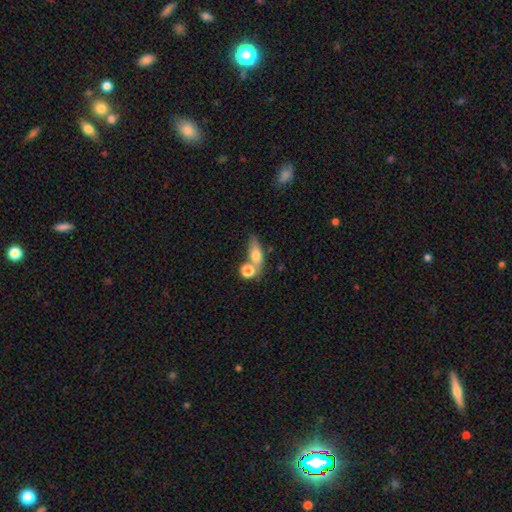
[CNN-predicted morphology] Smooth or featured? Predicted: smooth (p=0.68). How rounded? Predicted: in between (p=0.60). Merging? Predicted: none (p=0.47).